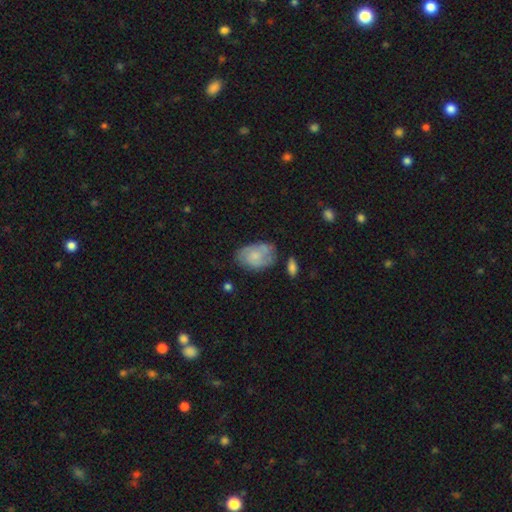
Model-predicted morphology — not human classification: smooth_or_featured: smooth (p=0.56) [alt: featured or disk p=0.37]
how_rounded: in between (p=0.85) [alt: round p=0.13]
merging: none (p=0.57) [alt: minor disturbance p=0.27]